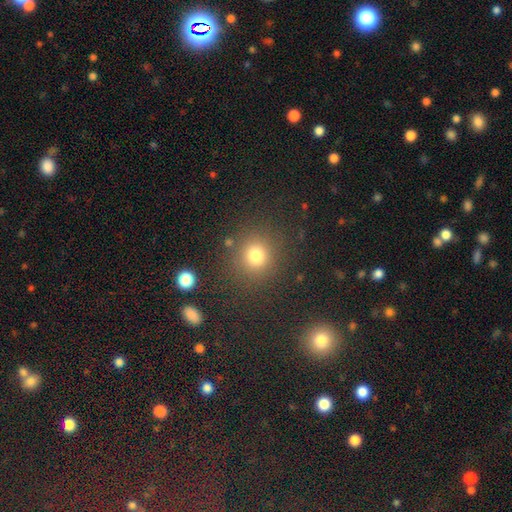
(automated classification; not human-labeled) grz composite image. It shows a smooth galaxy with no disk features (77%) that is round (89%). Merging: none (85%).